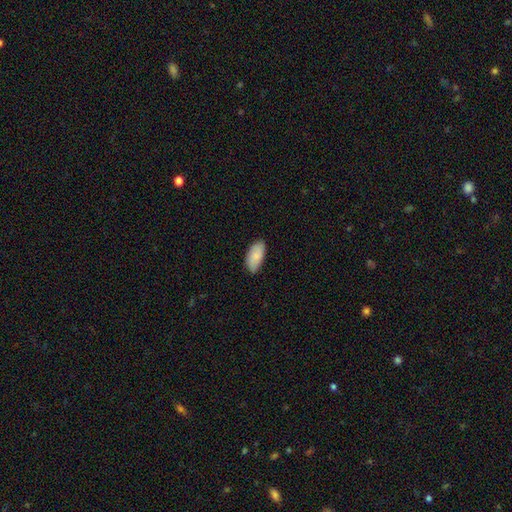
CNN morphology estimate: Smooth or featured?
  - smooth: 85% *
  - featured or disk: 10%
  - star or artifact: 6%
How rounded?
  - in between: 94% *
  - cigar-shaped: 4%
  - round: 2%
Merging?
  - none: 80% *
  - minor disturbance: 17%
  - major disturbance: 2%
  - merger: 1%